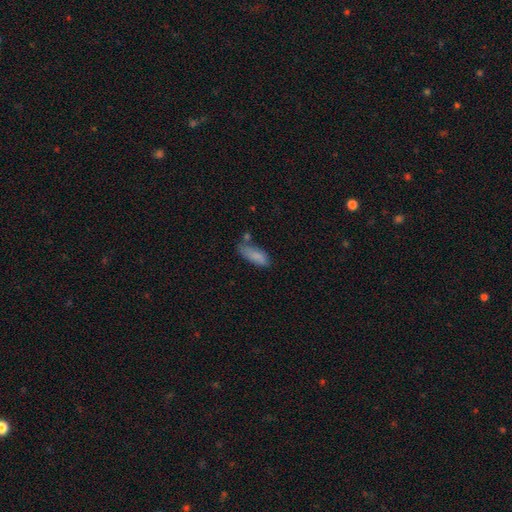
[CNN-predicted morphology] Smooth or featured? Predicted: smooth (p=0.82). How rounded? Predicted: in between (p=0.70). Merging? Predicted: none (p=0.50).